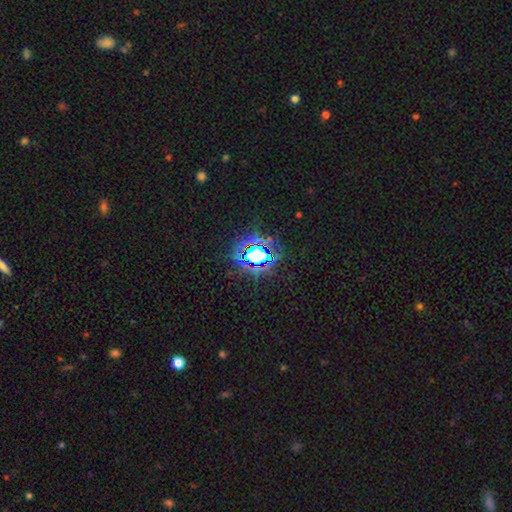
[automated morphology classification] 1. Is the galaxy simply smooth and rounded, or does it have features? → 73% star or artifact, 16% smooth, 11% featured or disk.